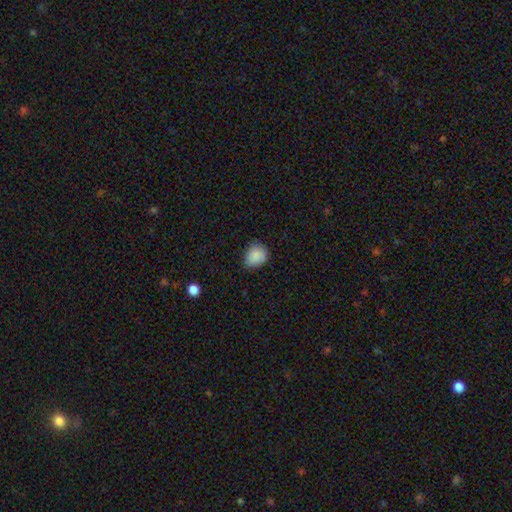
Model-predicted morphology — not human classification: Smooth or featured? Predicted: smooth (p=0.87). How rounded? Predicted: round (p=0.54). Merging? Predicted: none (p=0.70).